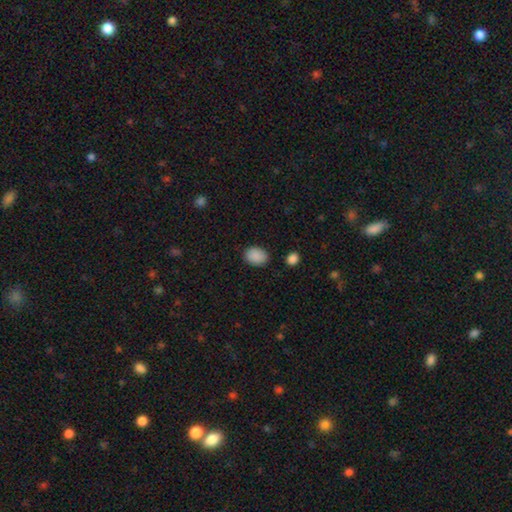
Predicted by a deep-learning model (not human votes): A smooth galaxy with no disk features (89%) that is in between round and cigar-shaped (70%).

Vote fractions:
- Smooth or featured? smooth: 89% / star or artifact: 8% / featured or disk: 3%
- How rounded? in between: 70% / round: 29% / cigar-shaped: 1%
- Merging? none: 85% / minor disturbance: 11% / major disturbance: 3% / merger: 2%